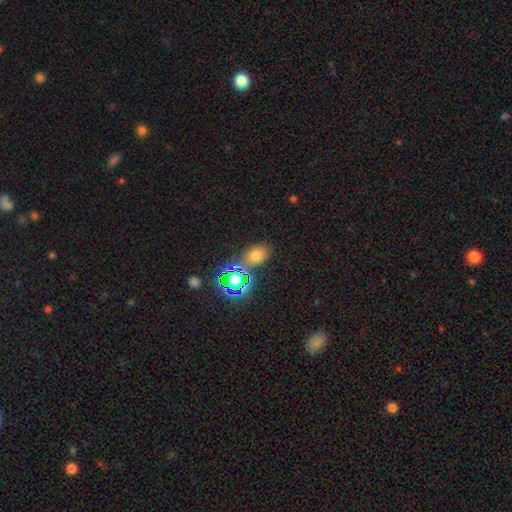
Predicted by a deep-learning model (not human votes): Smooth or featured: smooth — 62% (star or artifact — 29%)
How rounded: in between — 78% (round — 20%)
Merging: none — 71% (minor disturbance — 13%)